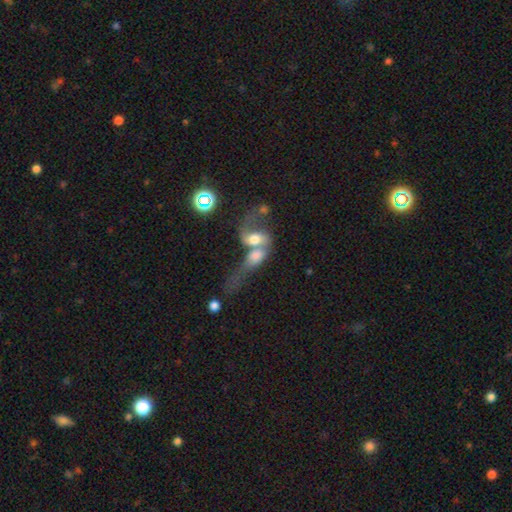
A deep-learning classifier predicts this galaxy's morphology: Smooth or featured? smooth (49%)
Merging? merger (79%)